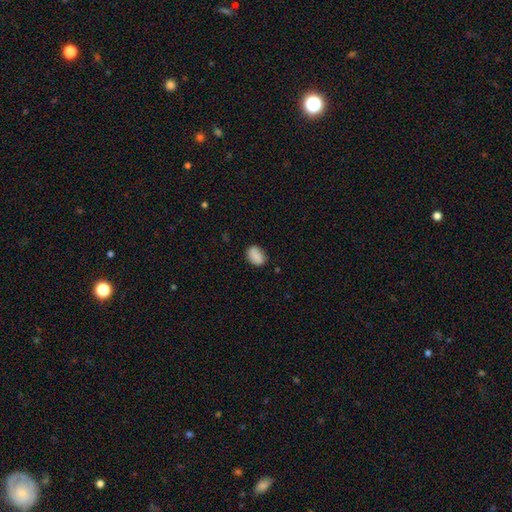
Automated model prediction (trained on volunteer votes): A smooth galaxy with no disk features (86%) that is in between round and cigar-shaped (75%).

Vote fractions:
- Smooth or featured? smooth: 86% / star or artifact: 8% / featured or disk: 6%
- How rounded? in between: 75% / round: 24% / cigar-shaped: 1%
- Merging? none: 74% / minor disturbance: 19% / major disturbance: 4% / merger: 3%